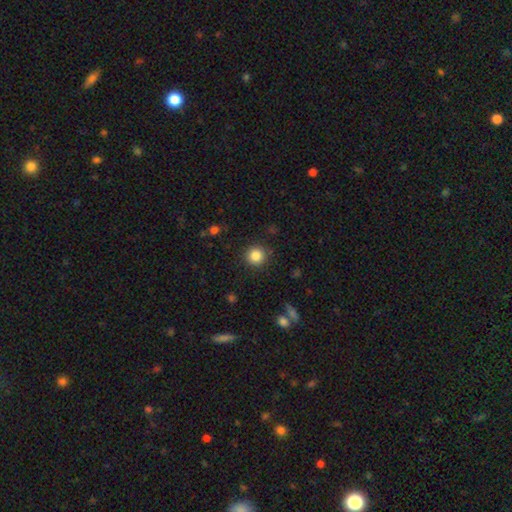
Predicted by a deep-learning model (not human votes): Smooth or featured? Predicted: smooth (p=0.84). How rounded? Predicted: round (p=0.93). Merging? Predicted: none (p=0.89).